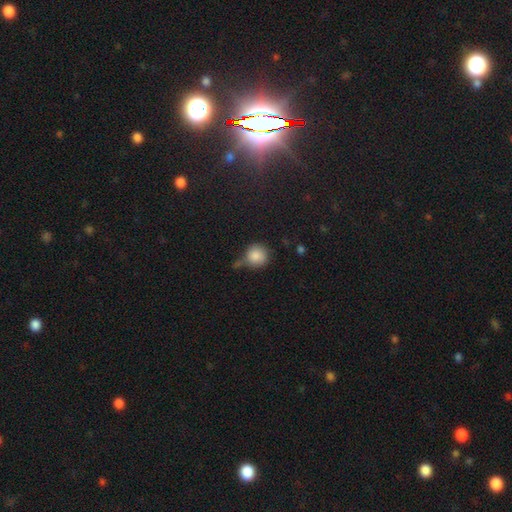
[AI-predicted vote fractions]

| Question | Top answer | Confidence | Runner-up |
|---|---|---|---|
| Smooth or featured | smooth | 84% | star or artifact (9%) |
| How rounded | round | 92% | in between (7%) |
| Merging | none | 53% | minor disturbance (23%) |